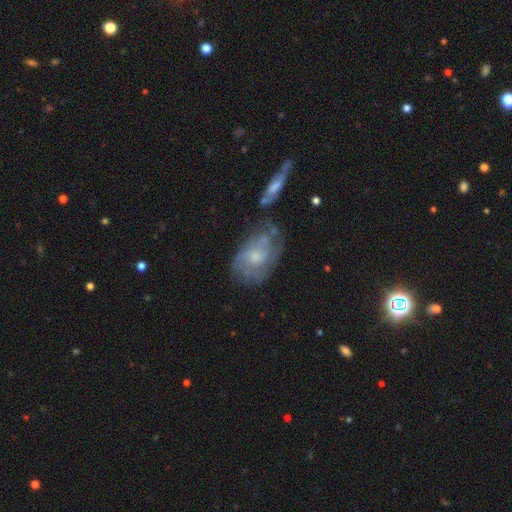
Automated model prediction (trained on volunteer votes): Morphology: type=featured or disk (65%); edge-on=no (95%); bar=no (75%); spiral arms=yes (71%); bulge=moderate (46%); merging=none (48%).